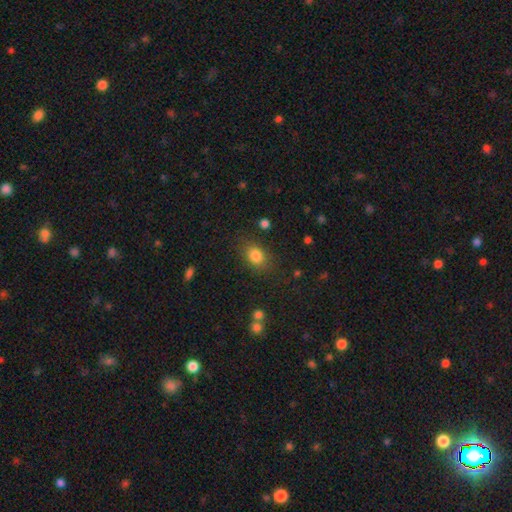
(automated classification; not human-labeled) Smooth or featured? Predicted: smooth (p=0.83). How rounded? Predicted: in between (p=0.61). Merging? Predicted: none (p=0.78).